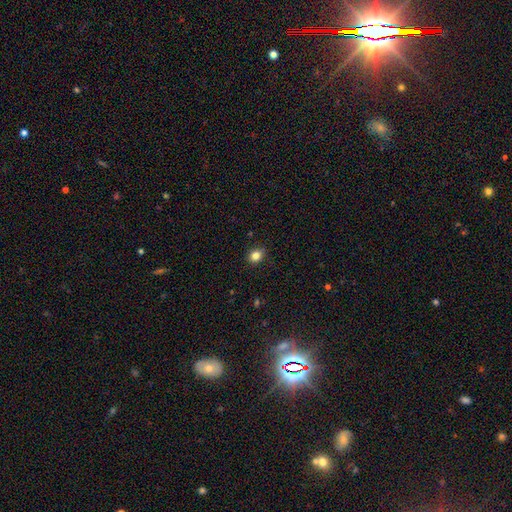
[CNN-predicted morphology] smooth-or-featured: smooth: 82% | star or artifact: 12% | featured or disk: 5%
  how-rounded: round: 74% | in between: 25% | cigar-shaped: 1%
  merging: none: 88% | minor disturbance: 9% | major disturbance: 2% | merger: 1%